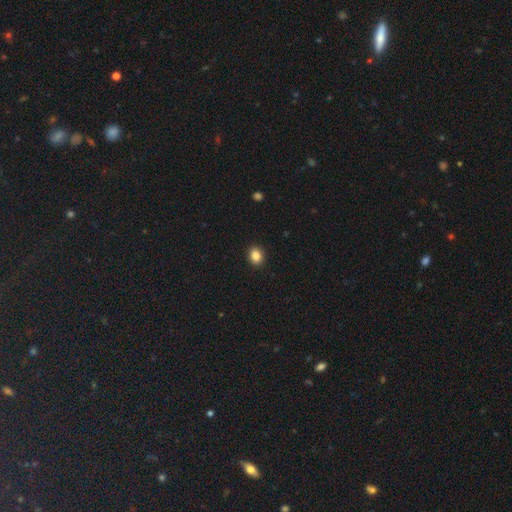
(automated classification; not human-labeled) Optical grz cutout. It shows a smooth galaxy with no disk features (86%) that is round (52%). Merging: none (92%).